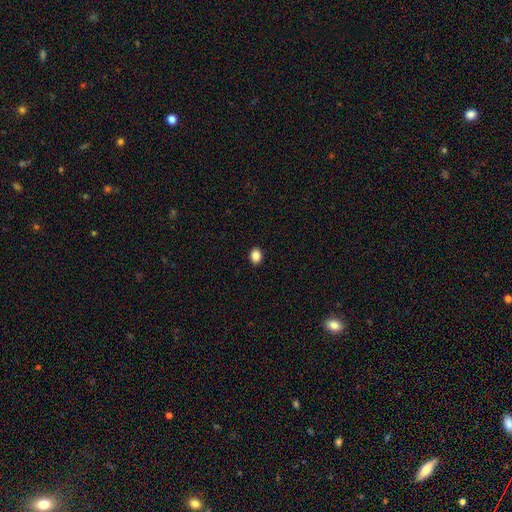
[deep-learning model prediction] Morphology: type=smooth (87%); roundness=in between (56%); merging=none (91%).